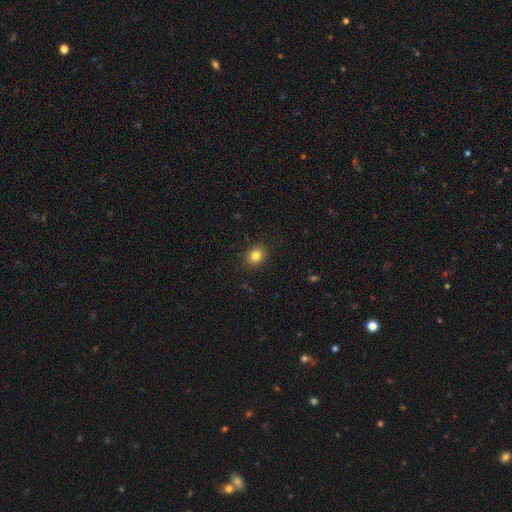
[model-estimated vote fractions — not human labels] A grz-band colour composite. It shows a smooth galaxy with no disk features (82%) that is round (69%). Merging: none (90%).